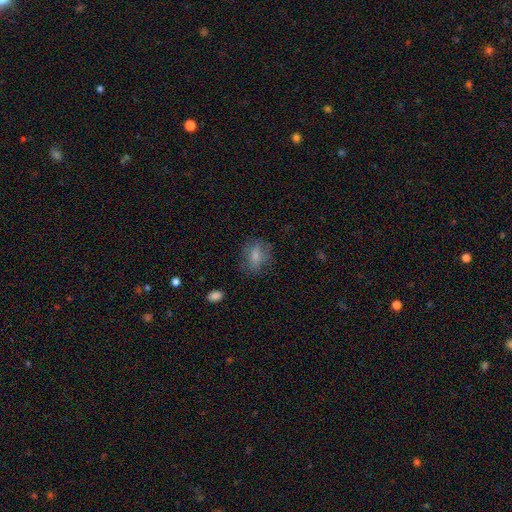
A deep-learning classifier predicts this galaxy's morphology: Overall: smooth (74%). How rounded: in between (63%; round 34%). Merging: none (69%).